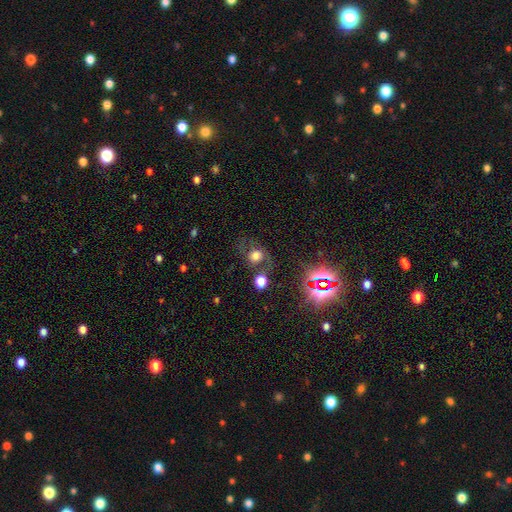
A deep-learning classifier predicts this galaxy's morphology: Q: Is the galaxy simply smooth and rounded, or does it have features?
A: smooth — 48%.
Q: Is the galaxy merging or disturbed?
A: none — 55%.